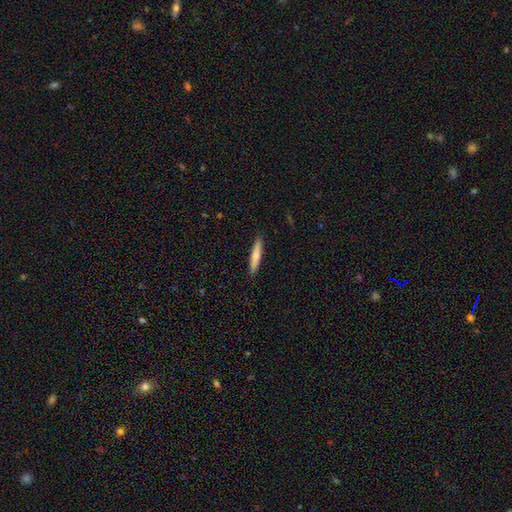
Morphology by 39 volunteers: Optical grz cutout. It shows a smooth galaxy with no disk features (62%) that is cigar-shaped (96%). Merging: none (80%).